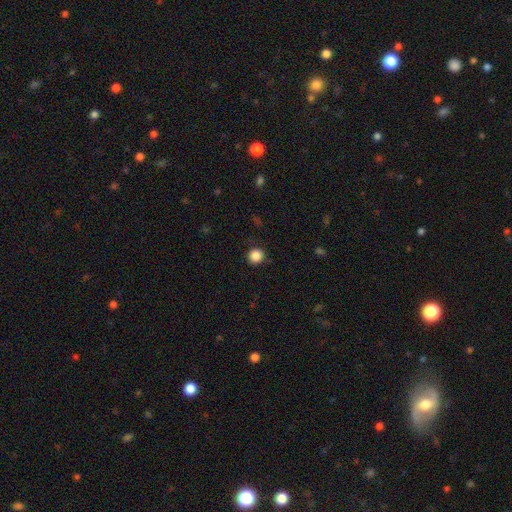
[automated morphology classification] A smooth galaxy with no disk features (87%) that is round (93%).

Vote fractions:
- Smooth or featured? smooth: 87% / star or artifact: 11% / featured or disk: 3%
- How rounded? round: 93% / in between: 6% / cigar-shaped: 1%
- Merging? none: 87% / minor disturbance: 9% / major disturbance: 3% / merger: 1%